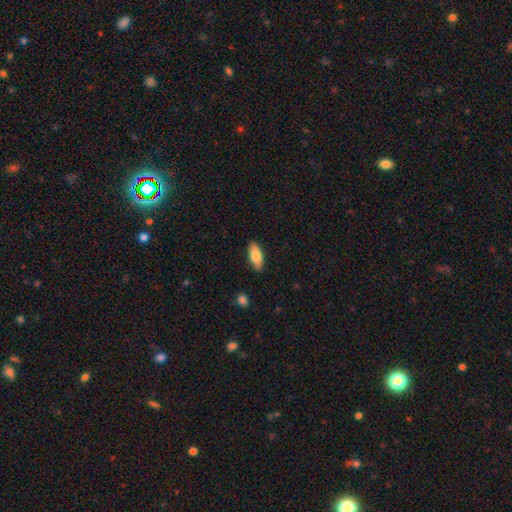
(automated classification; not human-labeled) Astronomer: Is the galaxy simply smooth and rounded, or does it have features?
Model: smooth — 82%.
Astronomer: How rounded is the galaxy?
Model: in between — 82%.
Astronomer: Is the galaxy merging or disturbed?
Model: none — 88%.